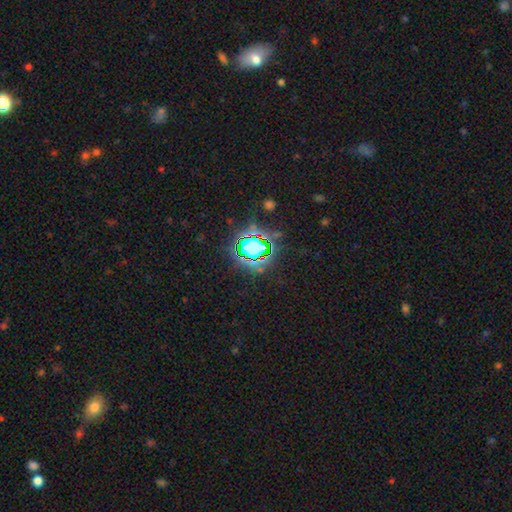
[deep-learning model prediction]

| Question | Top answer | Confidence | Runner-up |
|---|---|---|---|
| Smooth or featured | star or artifact | 81% | smooth (12%) |